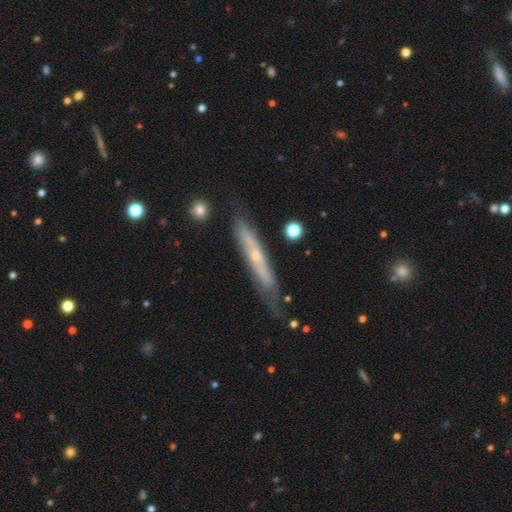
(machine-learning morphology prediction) Q: Smooth or featured?
A: featured or disk (67%); runner-up: smooth (26%)
Q: Edge-on disk?
A: yes (74%); runner-up: no (26%)
Q: Merging?
A: none (68%); runner-up: minor disturbance (24%)